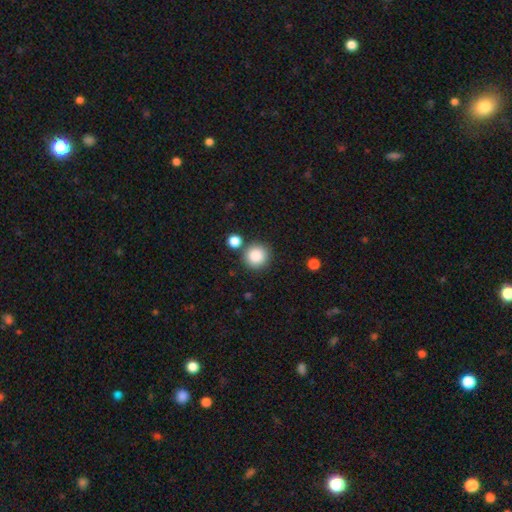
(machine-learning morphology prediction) This is clearly a smooth galaxy (87%). How rounded: clearly round (93%). Merging: likely none (80%).